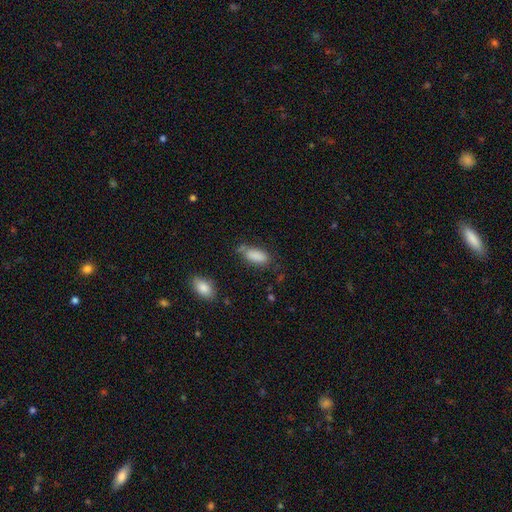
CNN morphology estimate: Smooth or featured?
  - smooth: 86% *
  - star or artifact: 8%
  - featured or disk: 6%
How rounded?
  - in between: 87% *
  - cigar-shaped: 11%
  - round: 3%
Merging?
  - none: 60% *
  - minor disturbance: 22%
  - merger: 9%
  - major disturbance: 8%